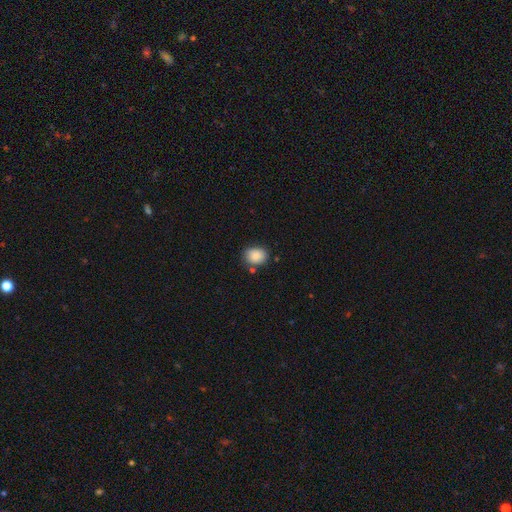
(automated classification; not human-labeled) This is clearly a smooth galaxy (87%). How rounded: possibly round (53%). Merging: likely none (74%).